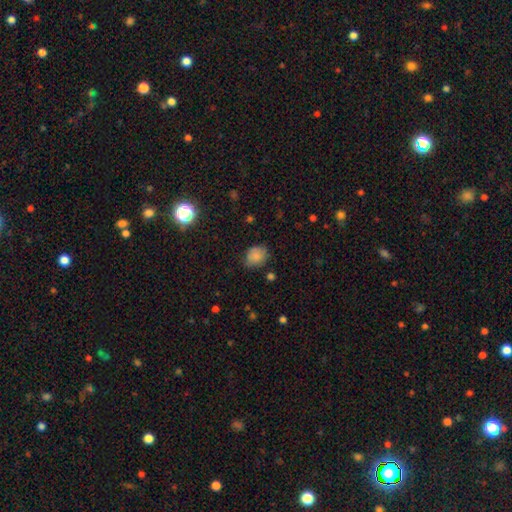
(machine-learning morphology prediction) Smooth or featured?
  - smooth: 83% *
  - star or artifact: 10%
  - featured or disk: 7%
How rounded?
  - round: 53% *
  - in between: 46%
  - cigar-shaped: 1%
Merging?
  - none: 71% *
  - minor disturbance: 23%
  - major disturbance: 5%
  - merger: 2%